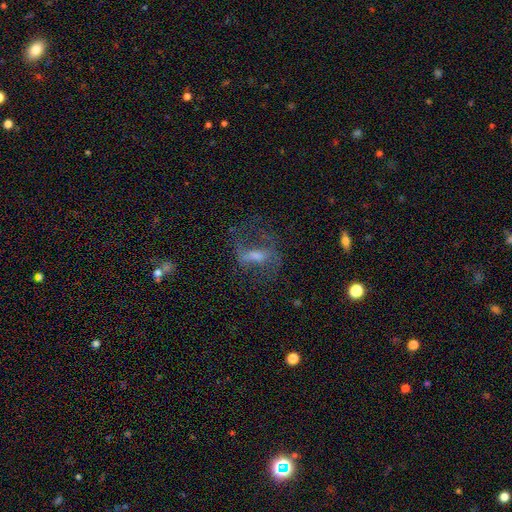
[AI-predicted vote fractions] Overall: featured or disk (60%; smooth 25%). Edge-on disk: no (87%). Bar: weak (39%; strong 35%). Spiral arms: yes (60%; no 40%). Bulge size: moderate (39%; small 35%). Merging: none (48%; major disturbance 32%).